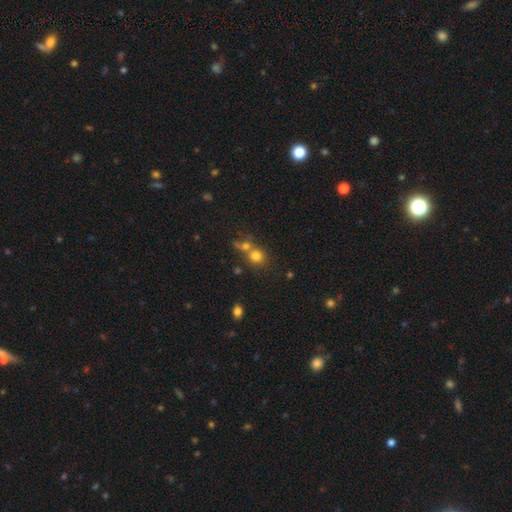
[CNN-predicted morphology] smooth-or-featured: smooth: 76% | star or artifact: 15% | featured or disk: 10%
  how-rounded: round: 83% | in between: 16% | cigar-shaped: 1%
  merging: none: 48% | merger: 40% | minor disturbance: 8% | major disturbance: 4%